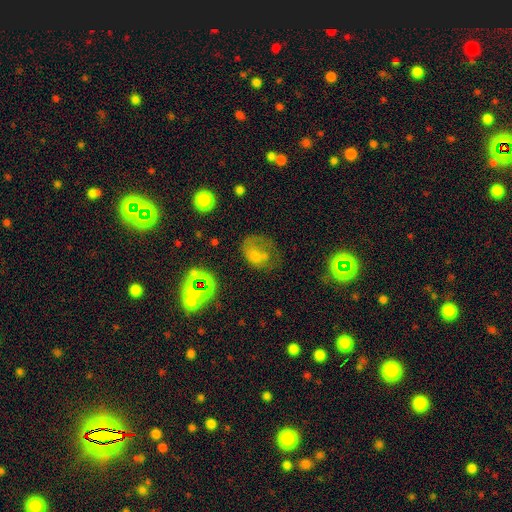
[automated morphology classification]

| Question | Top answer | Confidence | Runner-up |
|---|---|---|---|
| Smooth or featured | smooth | 44% | featured or disk (32%) |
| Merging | major disturbance | 36% | none (34%) |